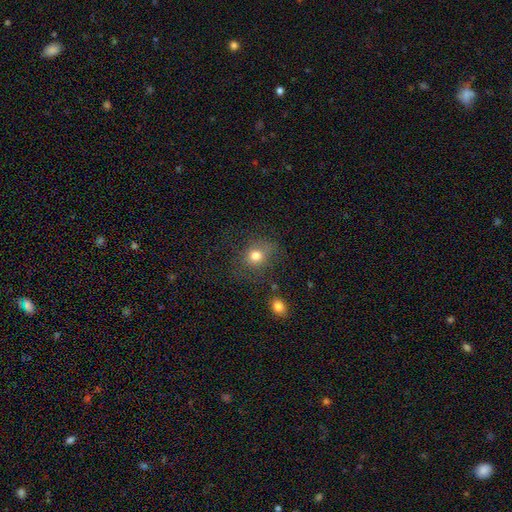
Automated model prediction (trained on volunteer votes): smooth-or-featured: smooth: 77% | star or artifact: 13% | featured or disk: 10%
  how-rounded: round: 74% | in between: 25% | cigar-shaped: 1%
  merging: none: 67% | minor disturbance: 18% | major disturbance: 11% | merger: 4%